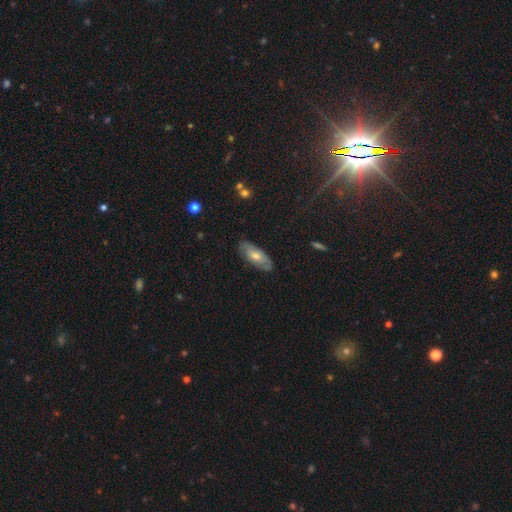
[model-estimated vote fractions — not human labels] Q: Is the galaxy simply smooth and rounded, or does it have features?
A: smooth — 51%.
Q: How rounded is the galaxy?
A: in between — 78%.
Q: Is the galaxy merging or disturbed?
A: none — 83%.